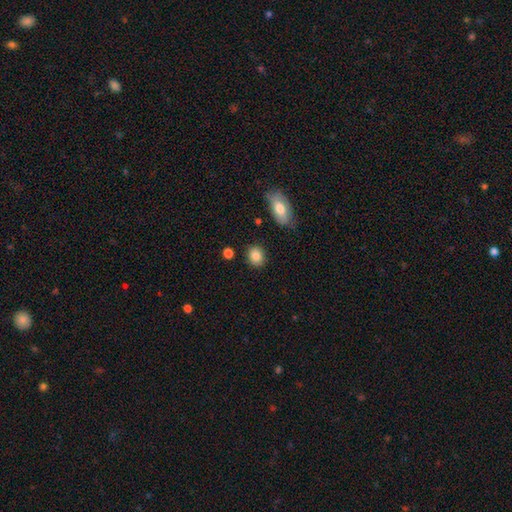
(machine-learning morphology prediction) This is clearly a smooth galaxy (86%). How rounded: likely round (63%). Merging: clearly none (86%).